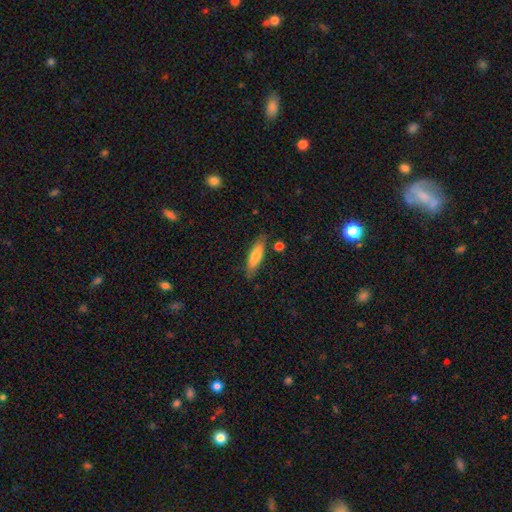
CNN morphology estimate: Smooth or featured? Predicted: smooth (p=0.76). How rounded? Predicted: cigar-shaped (p=0.65). Merging? Predicted: none (p=0.80).